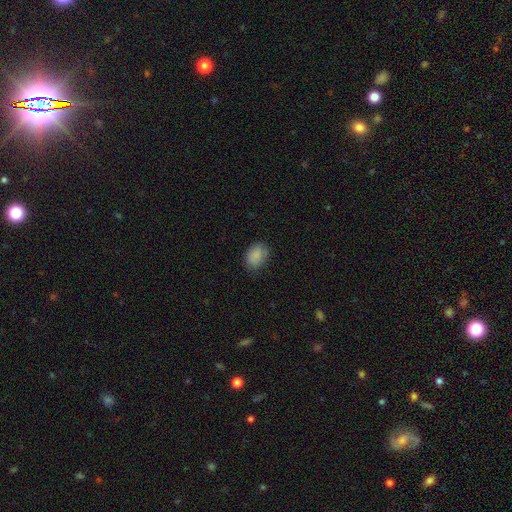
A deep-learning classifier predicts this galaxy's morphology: smooth_or_featured: smooth (p=0.86) [alt: star or artifact p=0.09]
how_rounded: in between (p=0.75) [alt: round p=0.24]
merging: none (p=0.75) [alt: minor disturbance p=0.19]